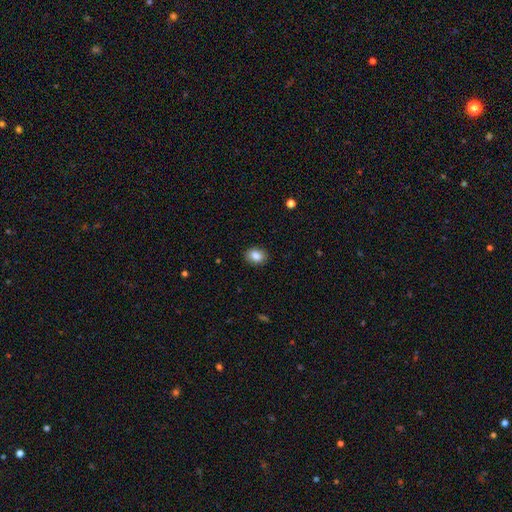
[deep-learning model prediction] smooth-or-featured: smooth: 85% | star or artifact: 8% | featured or disk: 6%
  how-rounded: in between: 61% | round: 37% | cigar-shaped: 1%
  merging: none: 89% | minor disturbance: 8% | major disturbance: 2% | merger: 1%